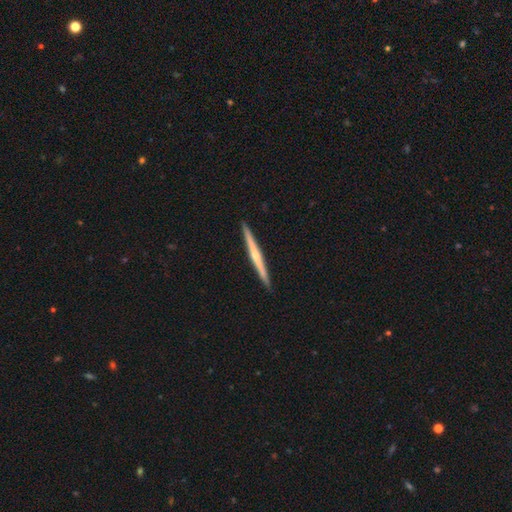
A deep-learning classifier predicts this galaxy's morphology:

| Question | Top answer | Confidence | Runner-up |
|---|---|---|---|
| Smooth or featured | featured or disk | 69% | smooth (26%) |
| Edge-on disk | yes | 98% | no (2%) |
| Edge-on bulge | rounded | 61% | none (34%) |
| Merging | none | 93% | minor disturbance (5%) |